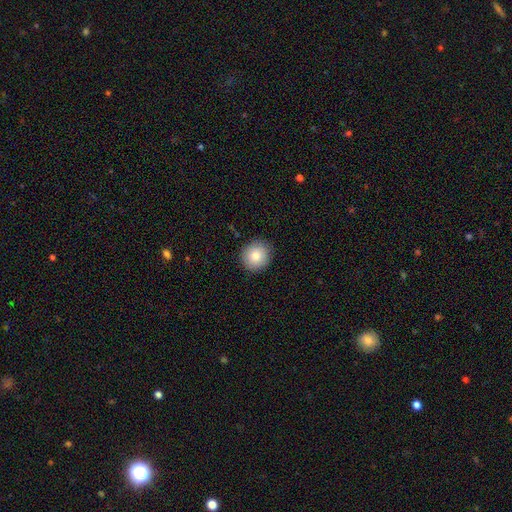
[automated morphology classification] This is clearly a smooth galaxy (82%). How rounded: clearly round (90%). Merging: clearly none (90%).